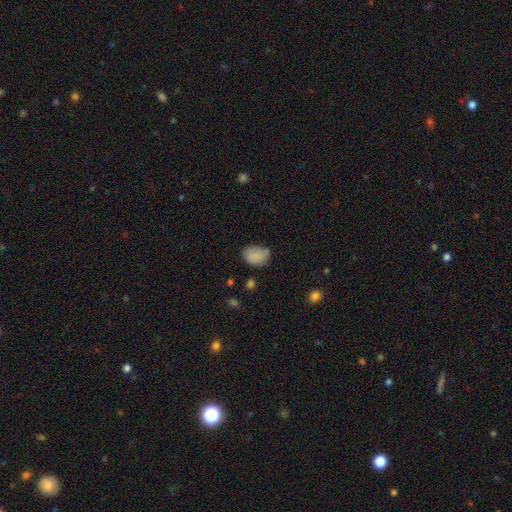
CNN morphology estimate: type=smooth (83%); roundness=in between (72%); merging=none (64%).